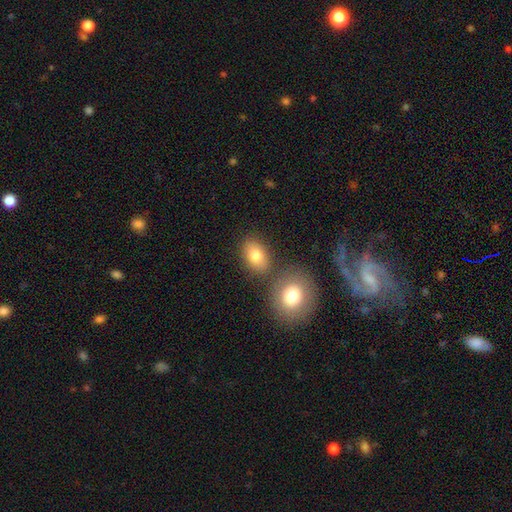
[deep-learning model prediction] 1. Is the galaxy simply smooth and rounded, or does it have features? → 80% smooth, 11% featured or disk, 9% star or artifact.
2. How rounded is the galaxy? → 75% in between, 23% round, 1% cigar-shaped.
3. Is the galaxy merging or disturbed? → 71% none, 15% merger, 11% minor disturbance, 3% major disturbance.